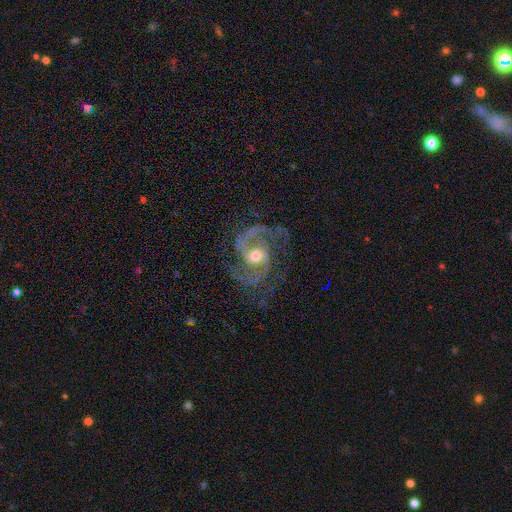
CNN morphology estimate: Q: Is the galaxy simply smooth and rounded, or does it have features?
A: featured or disk — 92%.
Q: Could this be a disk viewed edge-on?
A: no — 98%.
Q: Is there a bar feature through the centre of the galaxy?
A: no — 52%.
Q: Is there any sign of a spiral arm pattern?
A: yes — 98%.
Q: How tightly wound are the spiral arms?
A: medium — 59%.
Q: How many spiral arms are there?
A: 2 — 74%.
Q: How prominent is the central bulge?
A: moderate — 53%.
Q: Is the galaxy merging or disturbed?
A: none — 68%.